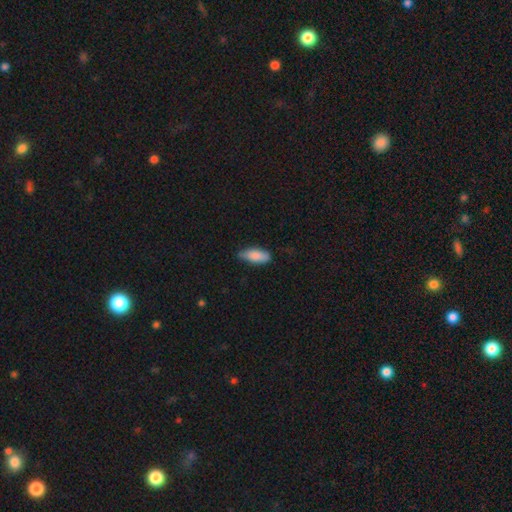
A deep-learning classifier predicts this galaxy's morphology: The model was most divided on "merging": none: 70%, minor disturbance: 25%, major disturbance: 3%, merger: 1%. More confident: smooth or featured — smooth (85%); how rounded — in between (77%).